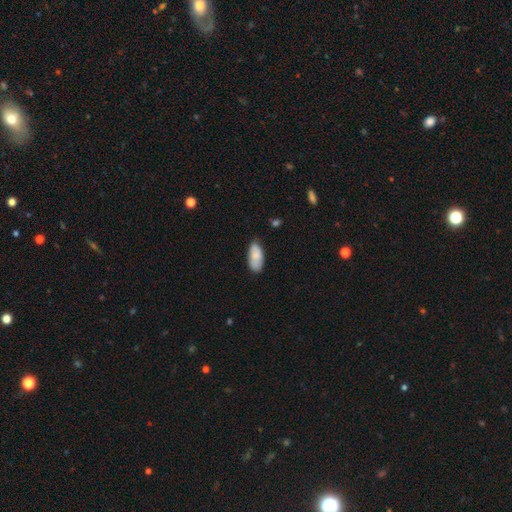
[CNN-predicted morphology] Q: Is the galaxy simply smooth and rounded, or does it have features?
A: smooth — 83%.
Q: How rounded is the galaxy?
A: in between — 91%.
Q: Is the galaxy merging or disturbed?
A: none — 71%.